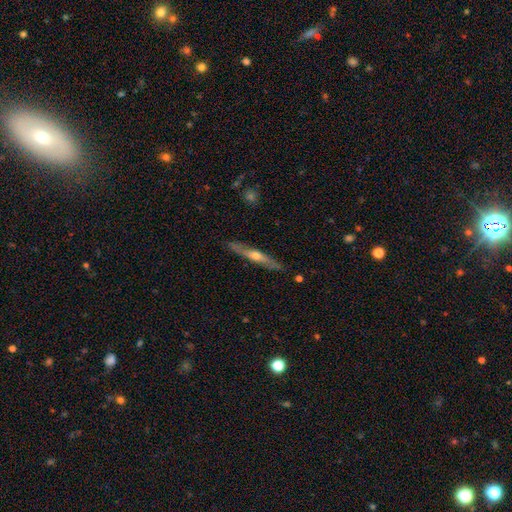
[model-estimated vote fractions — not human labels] Overall: featured or disk (66%; smooth 28%). Edge-on disk: yes (88%). Edge-on bulge: rounded (81%). Merging: none (84%).